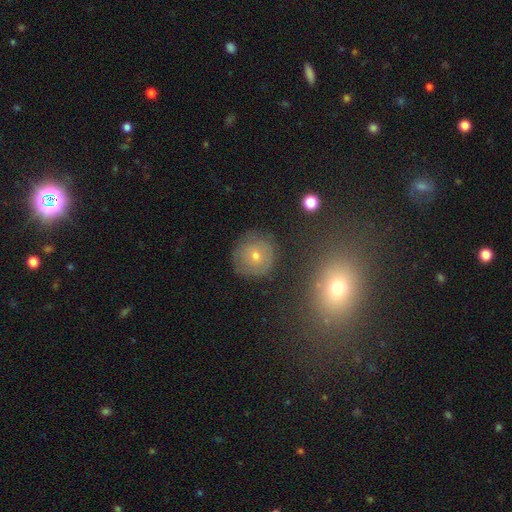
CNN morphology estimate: Q: Smooth or featured?
A: smooth (58%); runner-up: featured or disk (28%)
Q: How rounded?
A: round (90%); runner-up: in between (9%)
Q: Merging?
A: none (82%); runner-up: minor disturbance (11%)